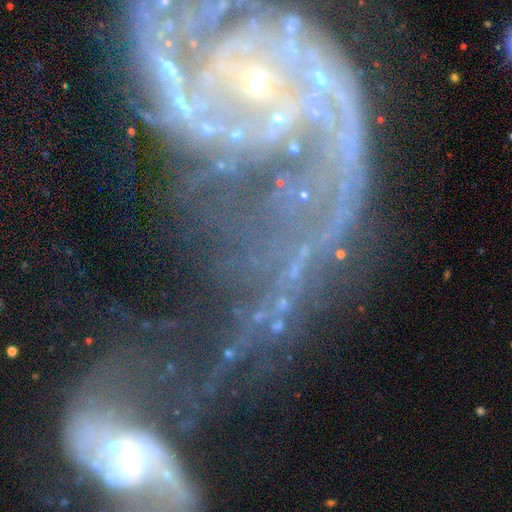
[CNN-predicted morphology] type=featured or disk (82%); edge-on=no (97%); bar=no (55%); spiral arms=yes (86%); winding=loose (60%); arm count=2 (69%); bulge=small (68%); merging=major disturbance (36%).